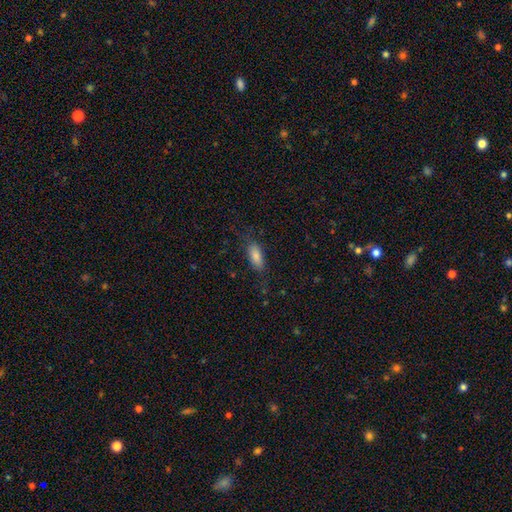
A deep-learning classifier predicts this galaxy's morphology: The model was most divided on "how rounded": in between: 76%, cigar-shaped: 22%, round: 2%. More confident: smooth or featured — smooth (80%); merging — none (75%).